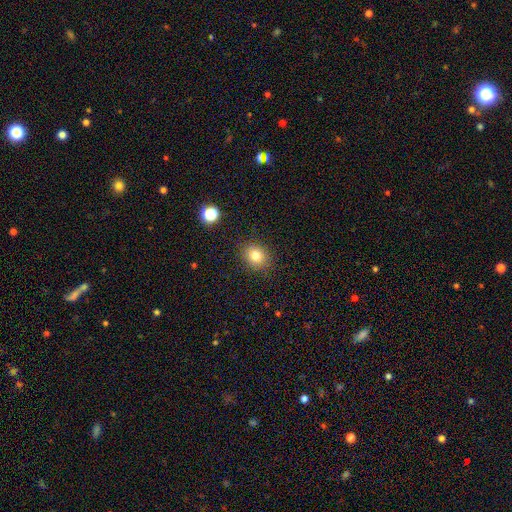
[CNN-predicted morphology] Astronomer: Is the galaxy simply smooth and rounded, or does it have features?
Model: smooth — 80%.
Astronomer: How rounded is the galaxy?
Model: round — 67%.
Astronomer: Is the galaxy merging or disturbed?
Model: none — 87%.